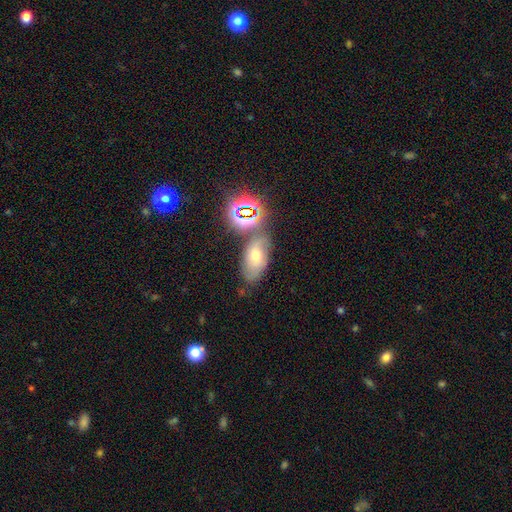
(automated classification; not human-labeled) A smooth galaxy with no disk features (43%).

Vote fractions:
- Smooth or featured? smooth: 43% / star or artifact: 29% / featured or disk: 28%
- Merging? none: 63% / minor disturbance: 17% / merger: 14% / major disturbance: 6%